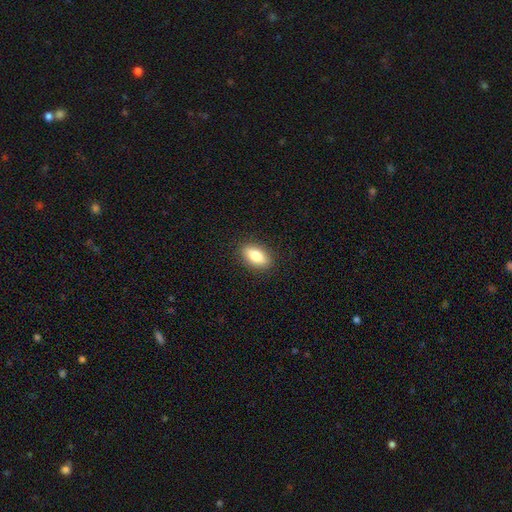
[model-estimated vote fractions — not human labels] This appears to be a smooth galaxy with no disk features (82%) that is in between round and cigar-shaped (87%). Merging: none (89%).